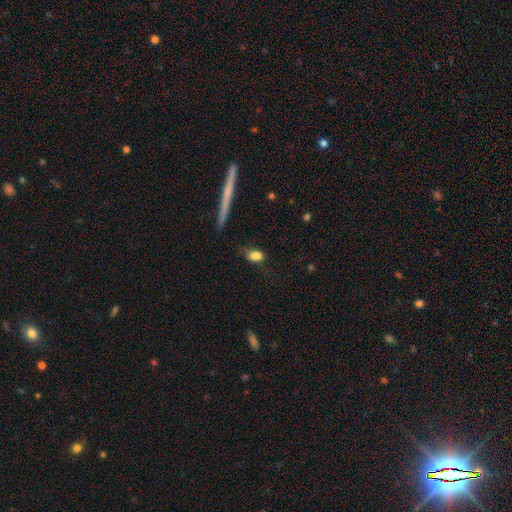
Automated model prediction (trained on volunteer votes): A smooth galaxy with no disk features (81%) that is in between round and cigar-shaped (80%).

Vote fractions:
- Smooth or featured? smooth: 81% / featured or disk: 10% / star or artifact: 9%
- How rounded? in between: 80% / cigar-shaped: 10% / round: 10%
- Merging? none: 61% / minor disturbance: 25% / major disturbance: 10% / merger: 4%